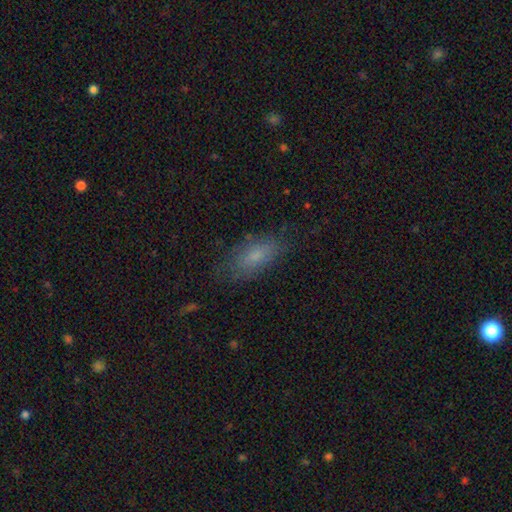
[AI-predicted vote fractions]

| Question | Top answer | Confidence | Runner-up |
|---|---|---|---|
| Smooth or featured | smooth | 73% | featured or disk (17%) |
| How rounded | in between | 82% | cigar-shaped (15%) |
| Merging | none | 72% | minor disturbance (19%) |